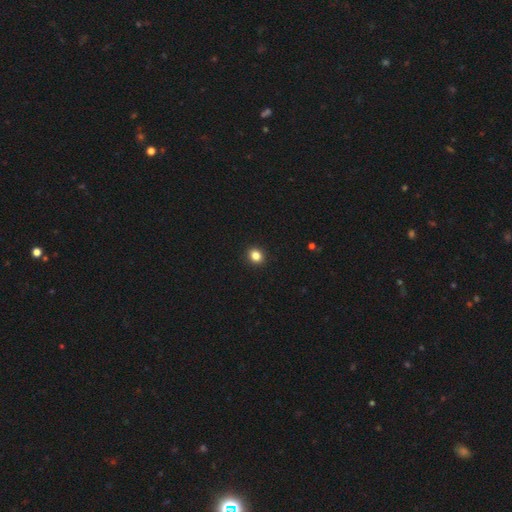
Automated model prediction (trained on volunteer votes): Smooth or featured: smooth — 84% (star or artifact — 11%)
How rounded: round — 75% (in between — 24%)
Merging: none — 93% (minor disturbance — 5%)